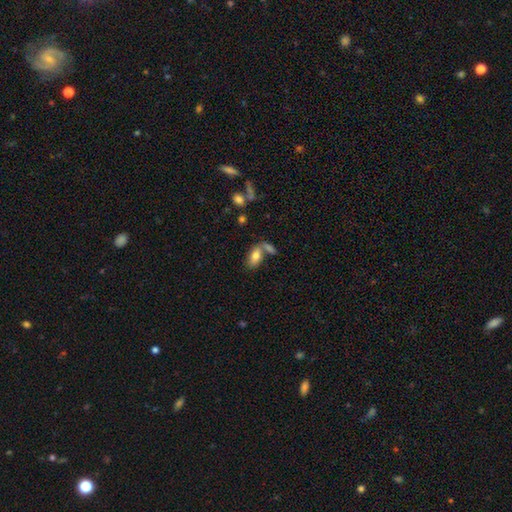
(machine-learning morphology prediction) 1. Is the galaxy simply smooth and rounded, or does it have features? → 77% smooth, 15% featured or disk, 8% star or artifact.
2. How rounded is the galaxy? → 90% in between, 6% cigar-shaped, 4% round.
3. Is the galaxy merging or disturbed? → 48% none, 34% merger, 13% minor disturbance, 6% major disturbance.